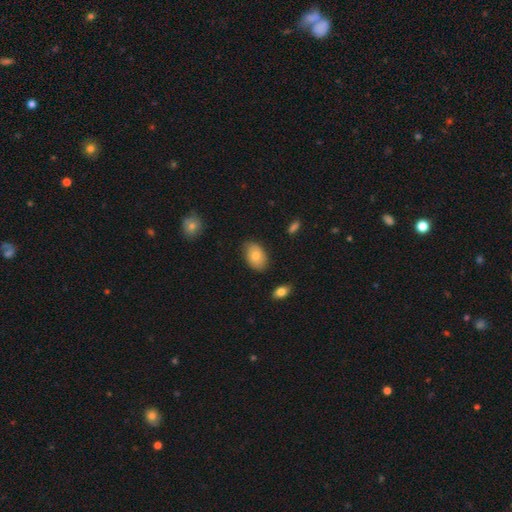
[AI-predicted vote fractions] Overall: smooth (78%). How rounded: in between (87%). Merging: none (75%).